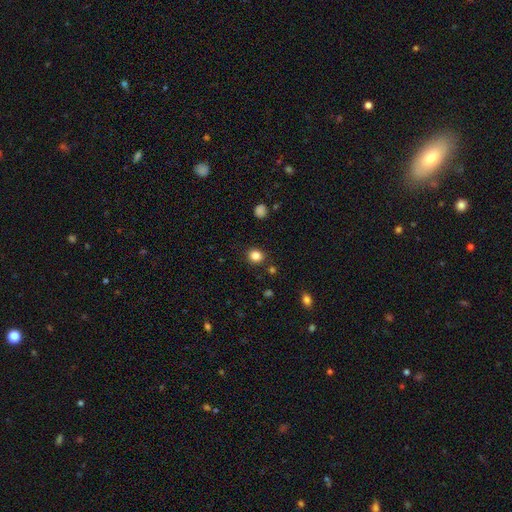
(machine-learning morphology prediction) type=smooth (83%); roundness=round (83%); merging=none (88%).